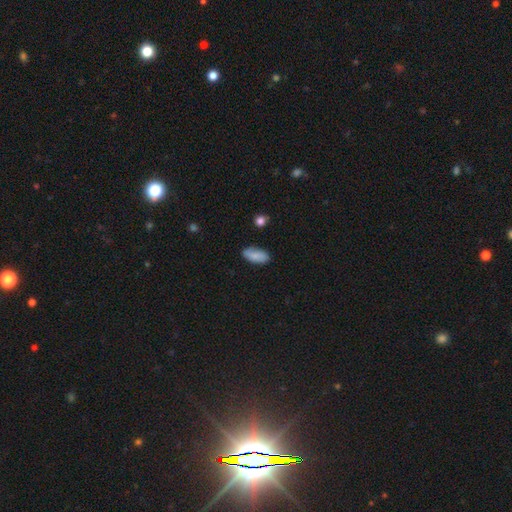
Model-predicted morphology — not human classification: Overall: smooth (84%). How rounded: in between (90%). Merging: none (80%).